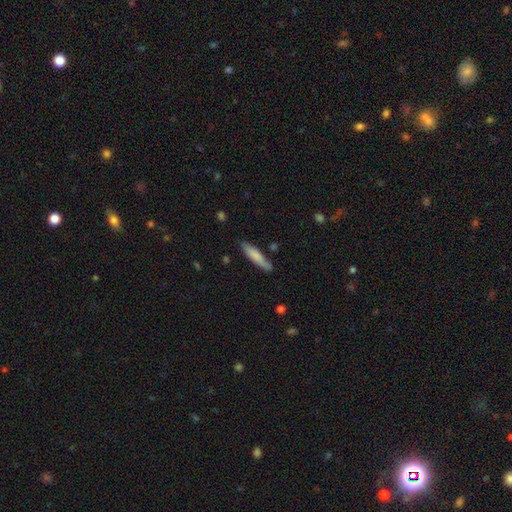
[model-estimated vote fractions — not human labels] Smooth or featured: smooth — 76% (featured or disk — 18%)
How rounded: cigar-shaped — 83% (in between — 16%)
Merging: none — 79% (minor disturbance — 16%)